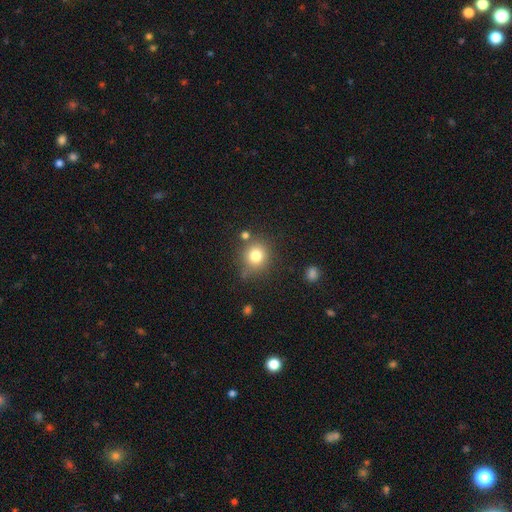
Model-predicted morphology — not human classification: smooth_or_featured: smooth (p=0.79) [alt: star or artifact p=0.12]
how_rounded: round (p=0.86) [alt: in between p=0.13]
merging: none (p=0.75) [alt: minor disturbance p=0.13]